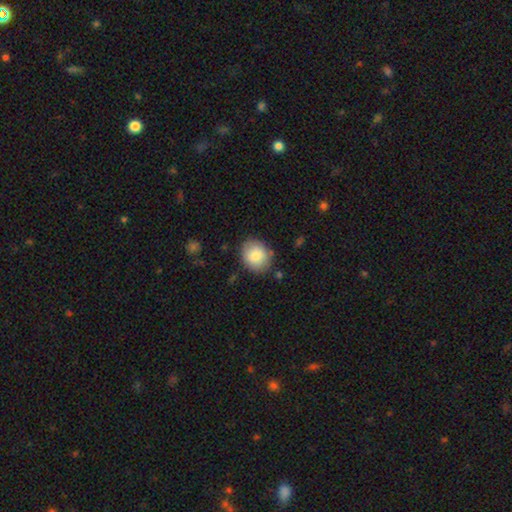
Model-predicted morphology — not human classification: This is clearly a smooth galaxy (84%). How rounded: likely round (67%). Merging: clearly none (82%).